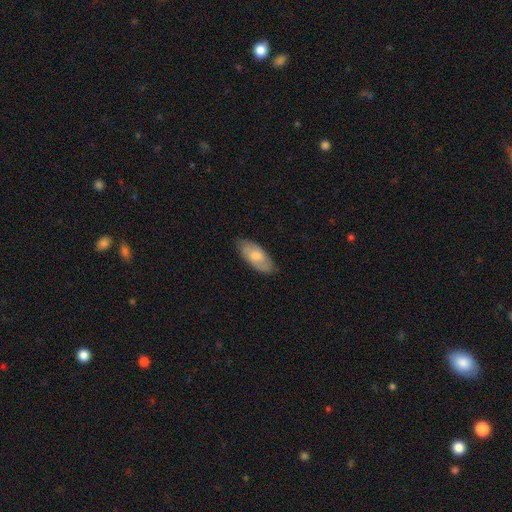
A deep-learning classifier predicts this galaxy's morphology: Smooth or featured?
  - smooth: 60% *
  - featured or disk: 34%
  - star or artifact: 6%
How rounded?
  - in between: 85% *
  - cigar-shaped: 12%
  - round: 2%
Merging?
  - none: 83% *
  - minor disturbance: 14%
  - major disturbance: 2%
  - merger: 1%